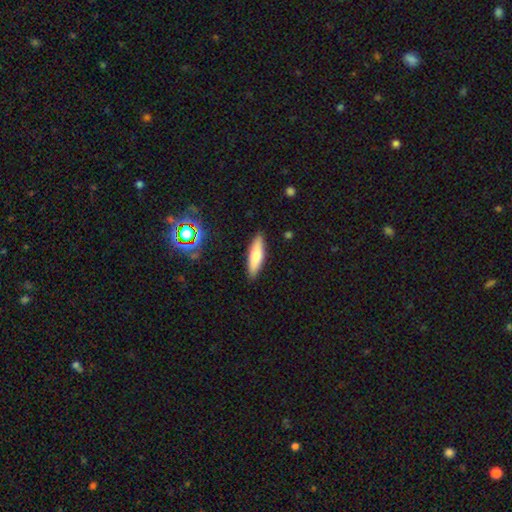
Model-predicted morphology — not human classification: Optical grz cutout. It shows a smooth galaxy with no disk features (72%) that is cigar-shaped (66%). Merging: none (88%).